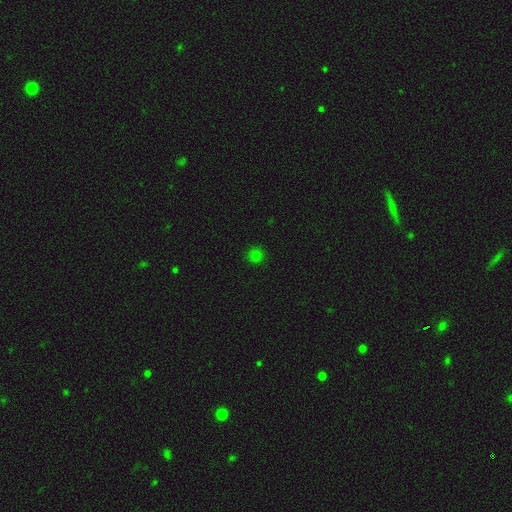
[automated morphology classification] Smooth or featured? Predicted: smooth (p=0.78). How rounded? Predicted: round (p=0.93). Merging? Predicted: none (p=0.90).